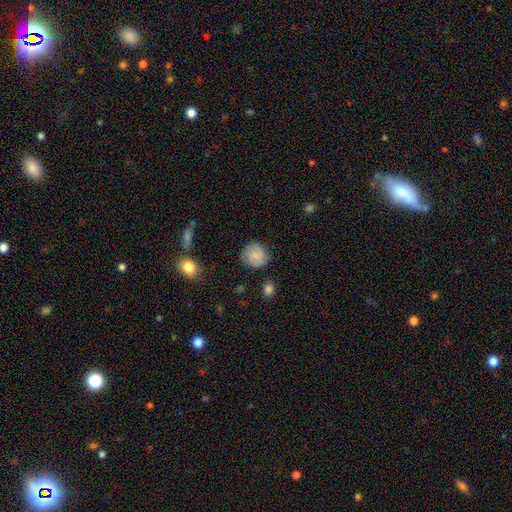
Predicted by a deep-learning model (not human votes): Smooth or featured? Predicted: smooth (p=0.49). Merging? Predicted: none (p=0.81).